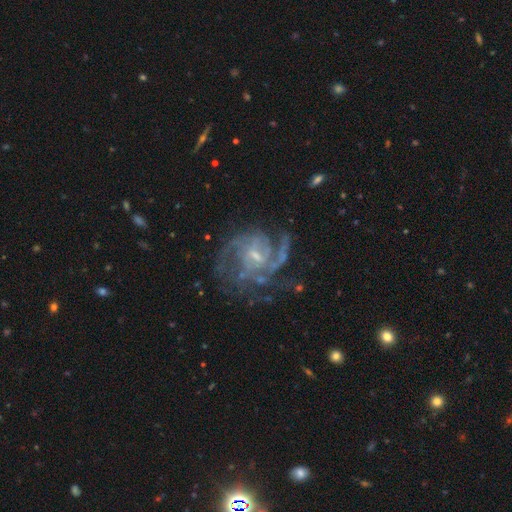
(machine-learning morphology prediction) Smooth or featured: featured or disk — 89% (star or artifact — 7%)
Edge-on disk: no — 98% (yes — 2%)
Bar: weak — 56% (no — 30%)
Spiral arms: yes — 95% (no — 5%)
Spiral winding: medium — 48% (tight — 38%)
Spiral arm count: 3 — 27% (can't tell — 24%)
Bulge size: small — 58% (moderate — 30%)
Merging: none — 59% (major disturbance — 21%)